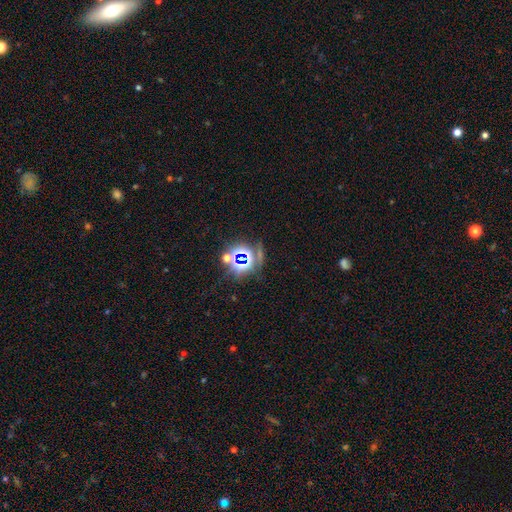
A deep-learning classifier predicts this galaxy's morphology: type=star or artifact (80%).